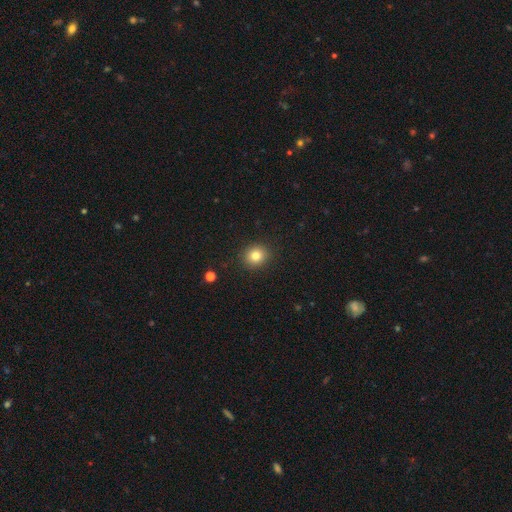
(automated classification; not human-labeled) Morphology: type=smooth (82%); roundness=round (80%); merging=none (91%).